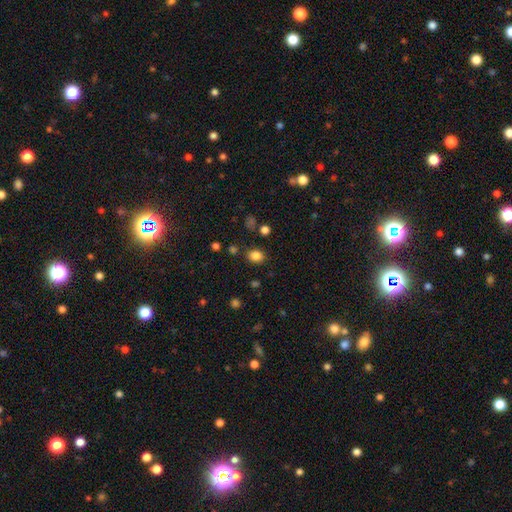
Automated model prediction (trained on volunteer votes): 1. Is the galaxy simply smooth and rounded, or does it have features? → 83% smooth, 12% star or artifact, 5% featured or disk.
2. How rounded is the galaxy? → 54% in between, 45% round, 1% cigar-shaped.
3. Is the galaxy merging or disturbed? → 83% none, 10% minor disturbance, 3% major disturbance, 3% merger.